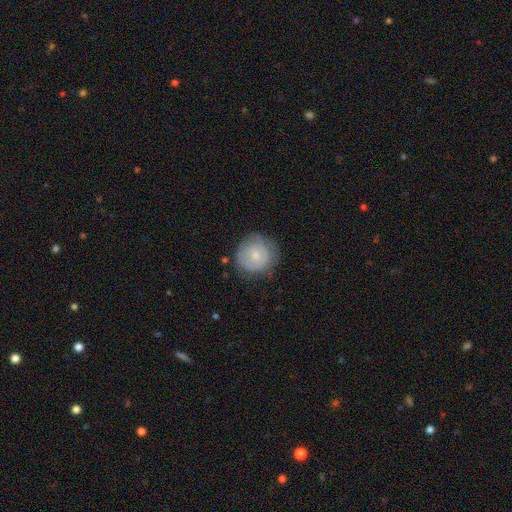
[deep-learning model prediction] The model was most divided on "smooth or featured": smooth: 65%, featured or disk: 29%, star or artifact: 7%. More confident: how rounded — round (90%); merging — none (72%).